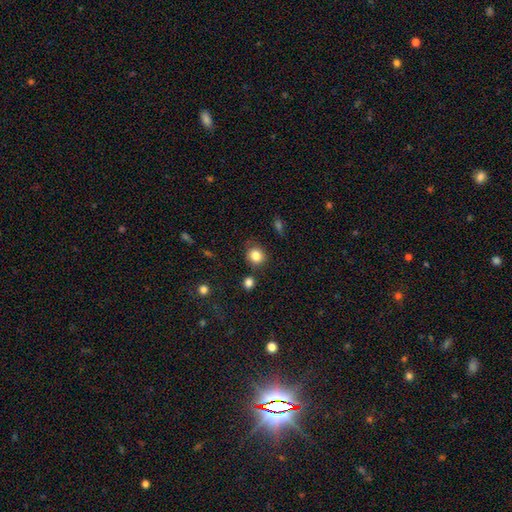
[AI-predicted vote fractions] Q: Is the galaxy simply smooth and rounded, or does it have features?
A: smooth — 83%.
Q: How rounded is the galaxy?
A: round — 83%.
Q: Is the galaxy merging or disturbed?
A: none — 78%.